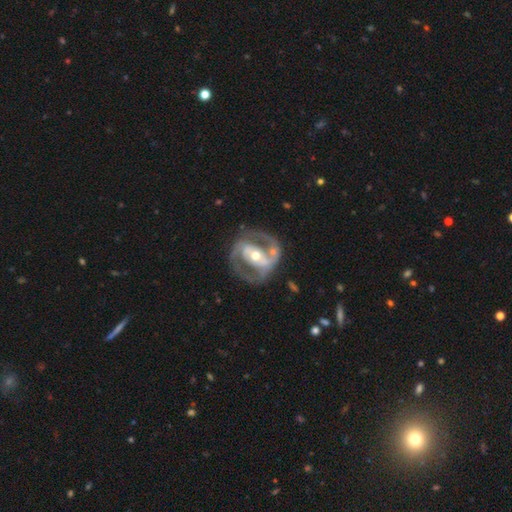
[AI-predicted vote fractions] Smooth or featured?
  - featured or disk: 84% *
  - smooth: 12%
  - star or artifact: 4%
Edge-on disk?
  - no: 96% *
  - yes: 4%
Bar?
  - strong: 42% *
  - no: 30%
  - weak: 28%
Spiral arms?
  - yes: 74% *
  - no: 26%
Spiral winding?
  - medium: 48% *
  - tight: 33%
  - loose: 19%
Spiral arm count?
  - 2: 82% *
  - can't tell: 8%
  - 1: 5%
  - 3: 2%
  - 4: 1%
  - more than 4: 1%
Bulge size?
  - moderate: 66% *
  - small: 25%
  - large: 7%
  - none: 1%
  - dominant: 1%
Merging?
  - none: 67% *
  - minor disturbance: 16%
  - major disturbance: 12%
  - merger: 5%